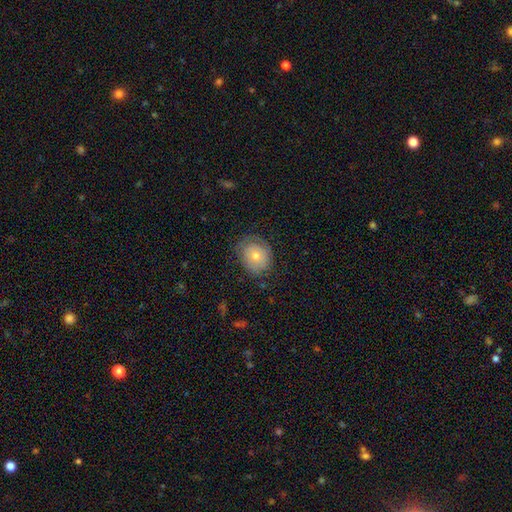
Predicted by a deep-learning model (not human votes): A smooth galaxy with no disk features (55%) that is round (58%).

Vote fractions:
- Smooth or featured? smooth: 55% / featured or disk: 36% / star or artifact: 9%
- How rounded? round: 58% / in between: 41% / cigar-shaped: 1%
- Merging? none: 68% / minor disturbance: 22% / major disturbance: 9% / merger: 1%